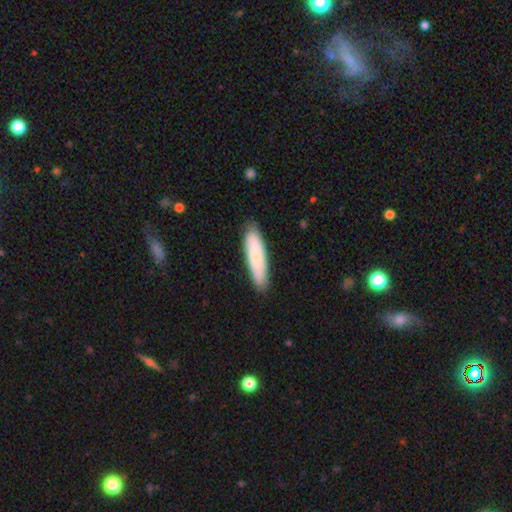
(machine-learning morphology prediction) Smooth or featured? Predicted: smooth (p=0.78). How rounded? Predicted: cigar-shaped (p=0.72). Merging? Predicted: none (p=0.86).